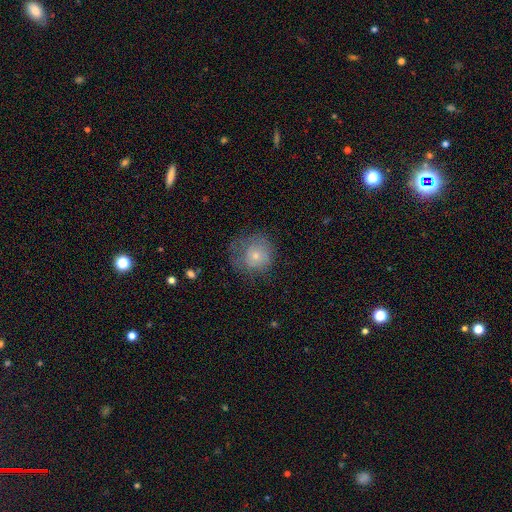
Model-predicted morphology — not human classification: Q: Smooth or featured?
A: smooth (68%); runner-up: featured or disk (22%)
Q: How rounded?
A: round (85%); runner-up: in between (14%)
Q: Merging?
A: none (50%); runner-up: minor disturbance (27%)